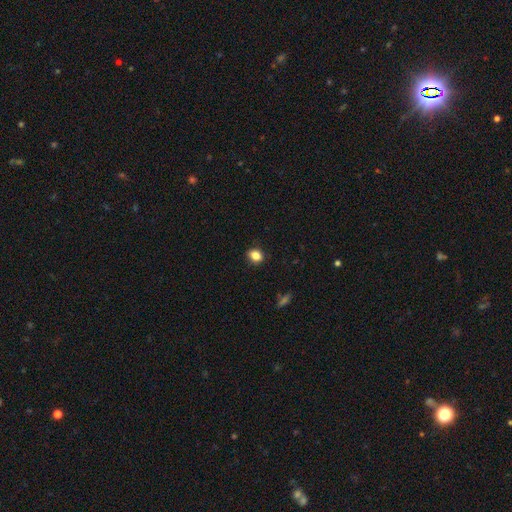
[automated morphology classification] This is clearly a smooth galaxy (84%). How rounded: possibly in between (51%). Merging: clearly none (86%).